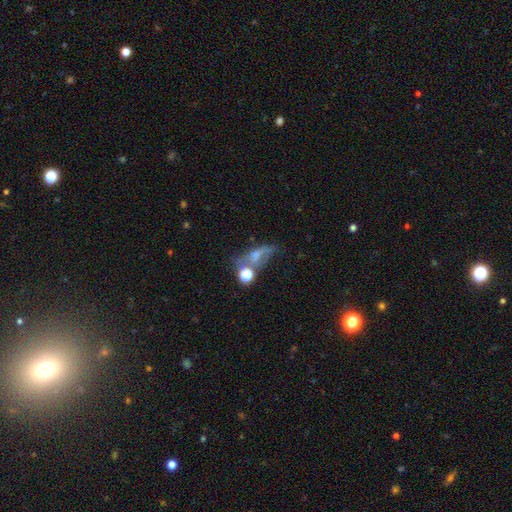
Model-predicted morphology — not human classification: smooth_or_featured: featured or disk (p=0.40) [alt: smooth p=0.38]
merging: none (p=0.35) [alt: major disturbance p=0.26]